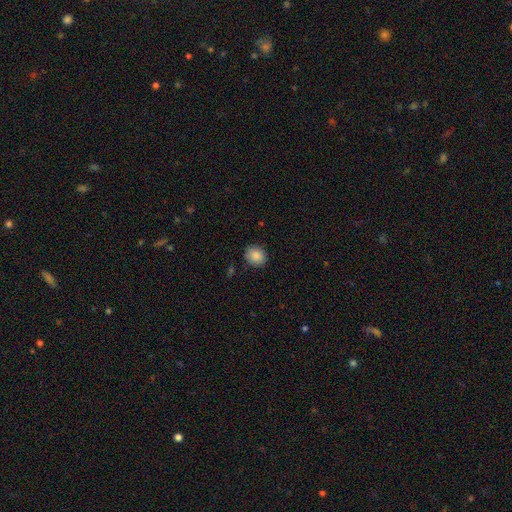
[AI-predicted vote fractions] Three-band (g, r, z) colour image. It shows a smooth galaxy with no disk features (88%) that is round (63%). Merging: none (86%).